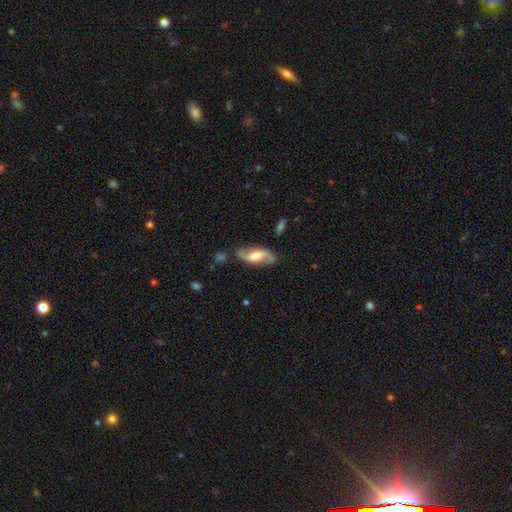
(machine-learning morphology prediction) This is likely a featured or disk galaxy (77%). It is clearly not viewed edge-on (93%). Bar: marginally weak (44%). Spiral arm pattern: clearly yes (94%). Spiral arm count: clearly 2 (92%). Spiral winding: possibly loose (53%). Central bulge: marginally moderate (37%). Merging: likely none (76%).